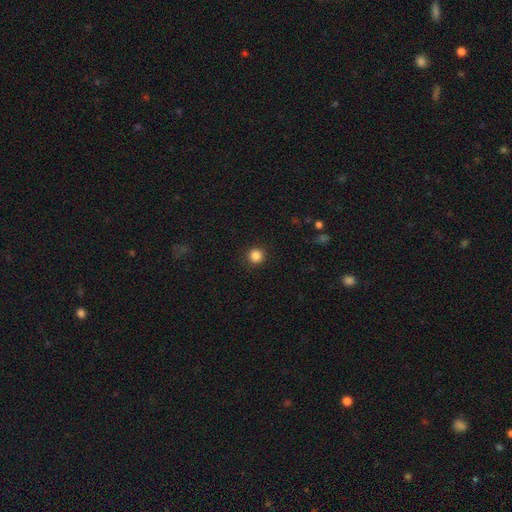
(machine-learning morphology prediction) Smooth or featured? smooth (85%)
How rounded? round (95%)
Merging? none (92%)